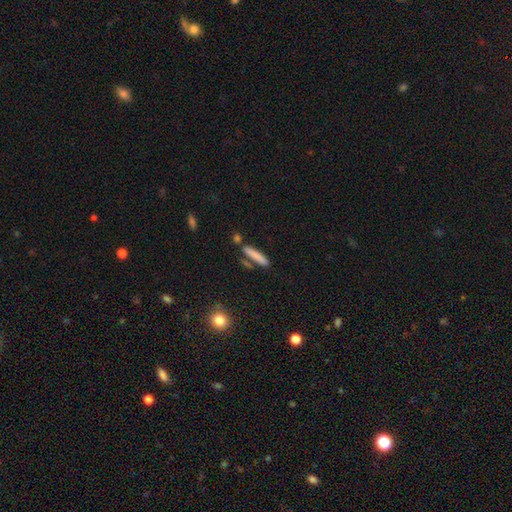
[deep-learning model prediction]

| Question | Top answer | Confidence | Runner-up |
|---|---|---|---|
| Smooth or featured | smooth | 79% | featured or disk (14%) |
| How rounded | cigar-shaped | 89% | in between (9%) |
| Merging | none | 74% | minor disturbance (11%) |